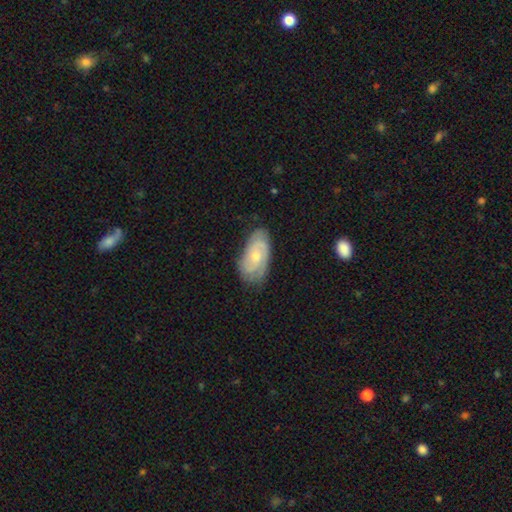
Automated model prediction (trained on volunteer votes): Overall: featured or disk (71%). Edge-on disk: no (95%). Bar: no (71%). Spiral arms: yes (92%). Spiral arm count: 2 (46%; can't tell 26%). Spiral winding: tight (60%; medium 32%). Bulge size: moderate (48%; small 47%). Merging: none (74%).